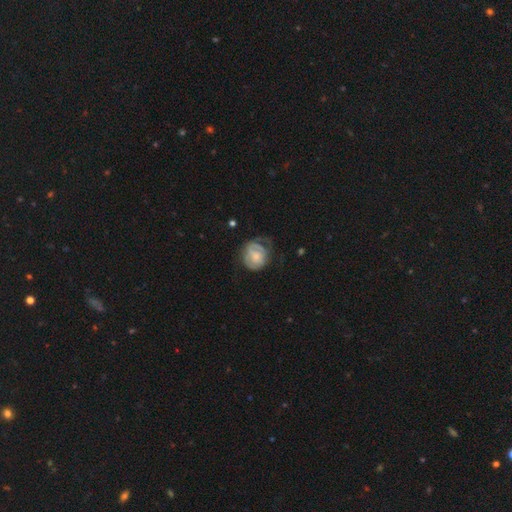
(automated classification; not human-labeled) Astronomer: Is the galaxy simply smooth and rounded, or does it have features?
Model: featured or disk — 53% (runner-up: smooth, 40%).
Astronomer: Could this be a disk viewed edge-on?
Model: no — 97%.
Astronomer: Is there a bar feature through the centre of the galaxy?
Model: no — 71%.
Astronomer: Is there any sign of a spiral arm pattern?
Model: yes — 67%.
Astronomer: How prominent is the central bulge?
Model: small — 53% (runner-up: moderate, 35%).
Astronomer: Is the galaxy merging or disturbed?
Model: none — 47% (runner-up: minor disturbance, 28%).